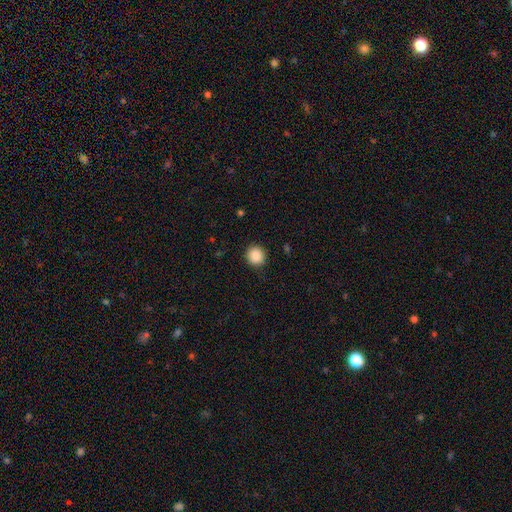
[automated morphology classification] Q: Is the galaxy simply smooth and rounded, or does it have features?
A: smooth — 88%.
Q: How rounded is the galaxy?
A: round — 89%.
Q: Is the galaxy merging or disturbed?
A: none — 89%.